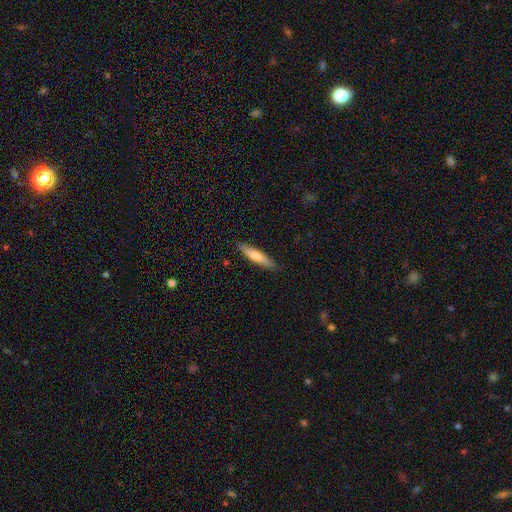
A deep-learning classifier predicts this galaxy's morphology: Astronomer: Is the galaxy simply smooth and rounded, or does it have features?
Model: smooth — 61%.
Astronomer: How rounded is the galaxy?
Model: cigar-shaped — 88%.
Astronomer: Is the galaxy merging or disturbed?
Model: none — 89%.